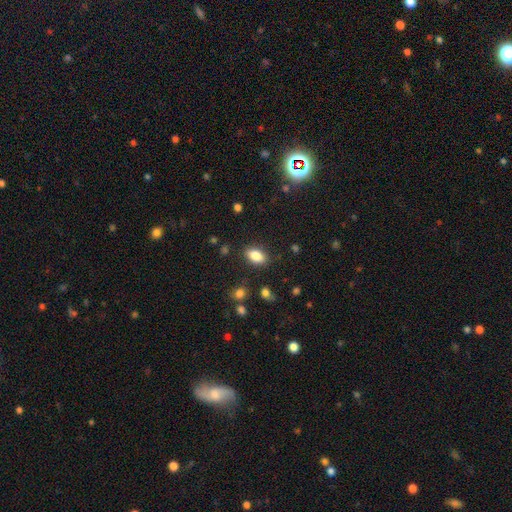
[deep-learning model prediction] A smooth galaxy with no disk features (85%) that is in between round and cigar-shaped (89%).

Vote fractions:
- Smooth or featured? smooth: 85% / star or artifact: 8% / featured or disk: 7%
- How rounded? in between: 89% / round: 8% / cigar-shaped: 3%
- Merging? none: 85% / minor disturbance: 10% / major disturbance: 3% / merger: 2%